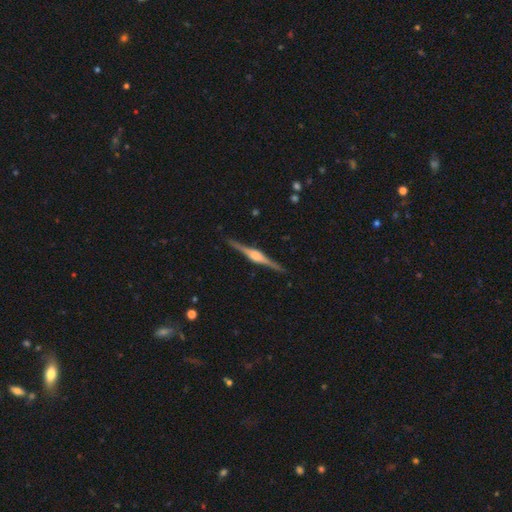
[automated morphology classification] This appears to be a featured or disk galaxy (87%) viewed edge-on (98%) with a rounded central bulge (75%). Merging: none (91%).